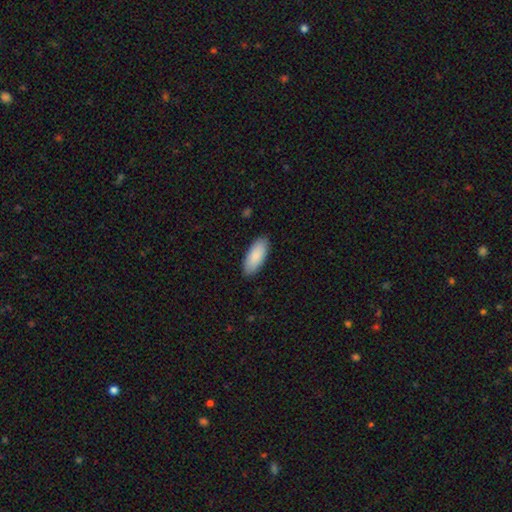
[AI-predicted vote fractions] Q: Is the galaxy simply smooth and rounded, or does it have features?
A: smooth — 88%.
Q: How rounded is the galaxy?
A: in between — 87%.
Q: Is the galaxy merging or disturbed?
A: none — 88%.